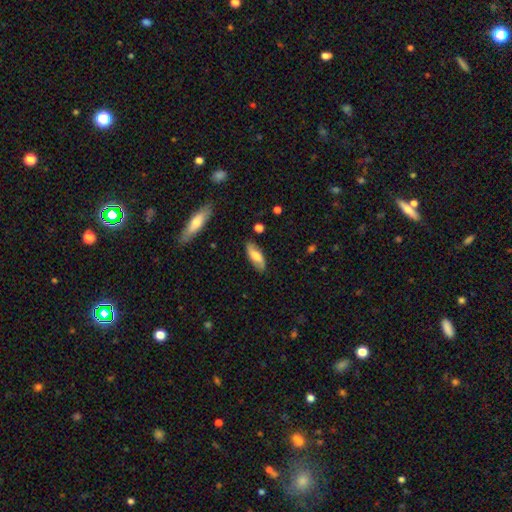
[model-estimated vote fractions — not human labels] smooth_or_featured: smooth (p=0.57) [alt: featured or disk p=0.36]
how_rounded: in between (p=0.71) [alt: cigar-shaped p=0.26]
merging: none (p=0.82) [alt: minor disturbance p=0.13]